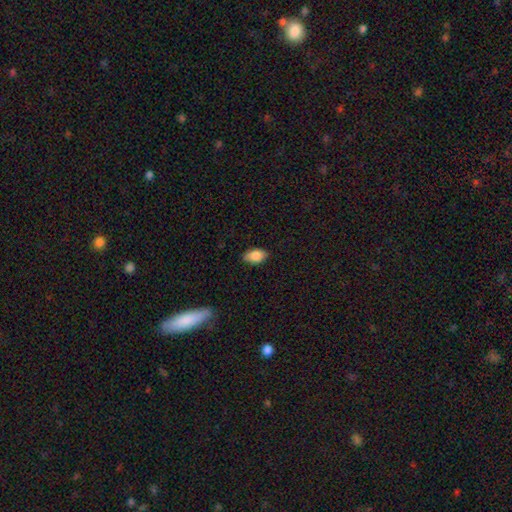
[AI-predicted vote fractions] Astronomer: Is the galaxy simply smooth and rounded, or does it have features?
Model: smooth — 85%.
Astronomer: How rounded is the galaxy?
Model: in between — 92%.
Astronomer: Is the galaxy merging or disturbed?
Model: none — 86%.